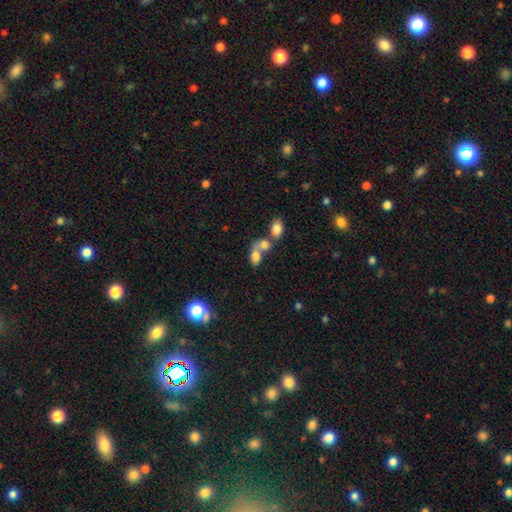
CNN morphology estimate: smooth-or-featured: smooth: 76% | featured or disk: 13% | star or artifact: 12%
  how-rounded: in between: 78% | round: 20% | cigar-shaped: 2%
  merging: merger: 60% | none: 25% | minor disturbance: 9% | major disturbance: 6%